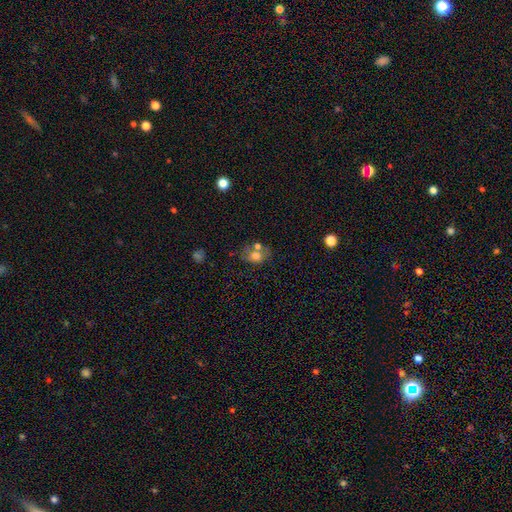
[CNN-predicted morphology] smooth-or-featured: smooth: 66% | featured or disk: 22% | star or artifact: 12%
  how-rounded: in between: 53% | round: 46% | cigar-shaped: 1%
  merging: none: 41% | merger: 34% | minor disturbance: 16% | major disturbance: 9%